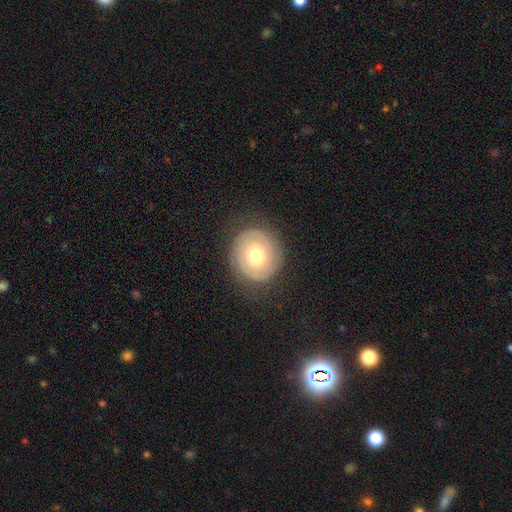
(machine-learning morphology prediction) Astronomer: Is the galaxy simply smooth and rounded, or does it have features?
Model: featured or disk — 54% (runner-up: smooth, 38%).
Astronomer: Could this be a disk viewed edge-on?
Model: no — 97%.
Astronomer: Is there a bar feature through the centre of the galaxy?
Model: no — 81%.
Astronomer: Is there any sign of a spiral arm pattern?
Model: yes — 69%.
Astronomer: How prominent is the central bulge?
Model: moderate — 68%.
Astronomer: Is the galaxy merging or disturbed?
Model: none — 81%.